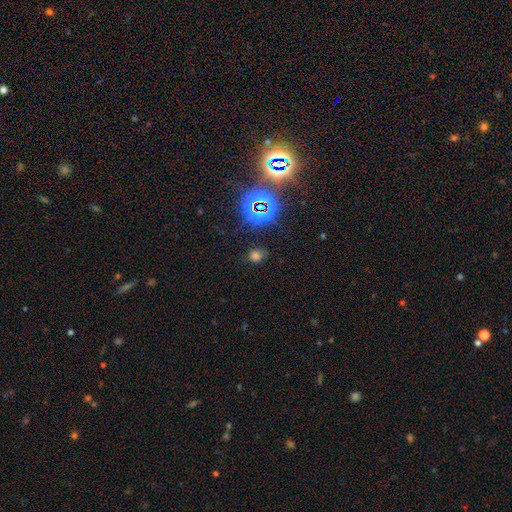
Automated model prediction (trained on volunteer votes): Morphology: type=smooth (55%); roundness=round (70%); merging=none (79%).